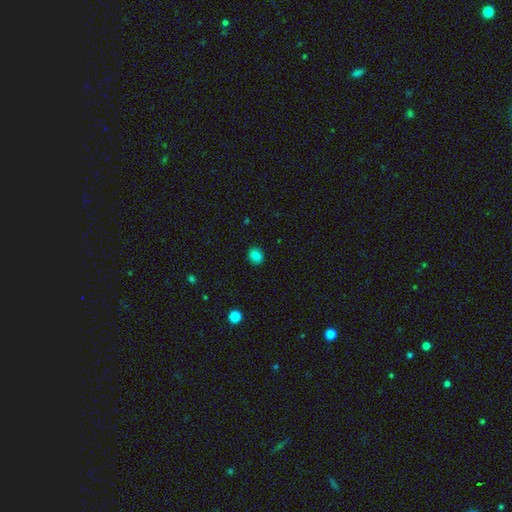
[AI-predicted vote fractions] A smooth galaxy with no disk features (85%) that is in between round and cigar-shaped (50%). Merging: none (88%).